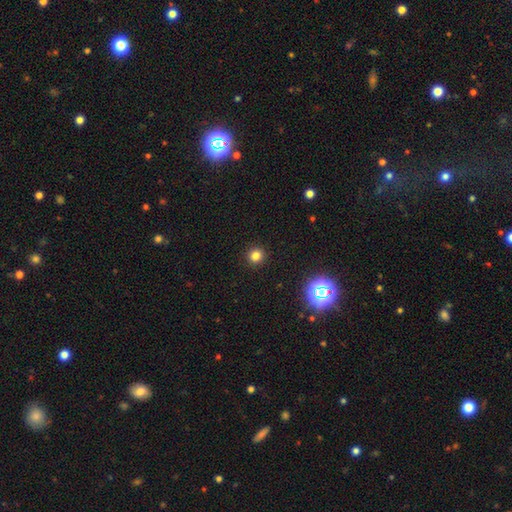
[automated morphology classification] Smooth or featured: smooth — 79% (star or artifact — 16%)
How rounded: round — 93% (in between — 6%)
Merging: none — 92% (minor disturbance — 5%)